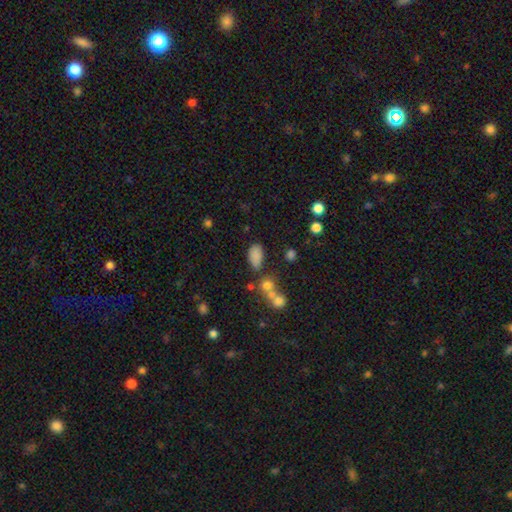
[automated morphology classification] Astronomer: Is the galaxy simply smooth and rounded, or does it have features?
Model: smooth — 80%.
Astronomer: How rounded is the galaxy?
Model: in between — 92%.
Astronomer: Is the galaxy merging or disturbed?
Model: none — 64%.